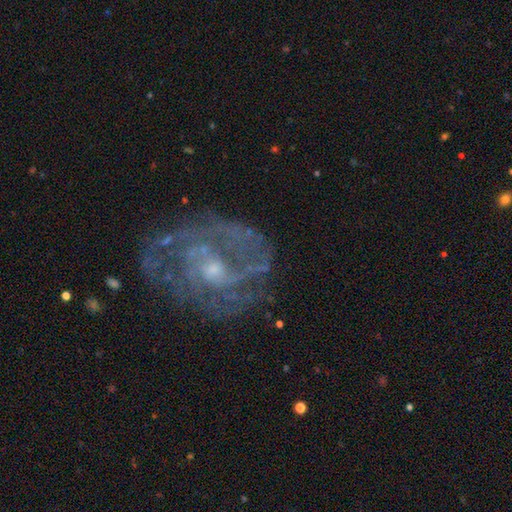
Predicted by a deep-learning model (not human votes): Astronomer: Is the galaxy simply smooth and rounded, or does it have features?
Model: featured or disk — 82%.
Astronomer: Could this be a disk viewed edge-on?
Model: no — 97%.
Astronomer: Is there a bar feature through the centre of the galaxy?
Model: no — 59% (runner-up: weak, 34%).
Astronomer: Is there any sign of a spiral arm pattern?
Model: yes — 87%.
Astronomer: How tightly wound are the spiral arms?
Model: tight — 47% (runner-up: medium, 39%).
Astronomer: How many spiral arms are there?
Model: can't tell — 35% (runner-up: 2, 29%).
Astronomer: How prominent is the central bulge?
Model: small — 57% (runner-up: moderate, 36%).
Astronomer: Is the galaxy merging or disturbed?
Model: none — 70%.